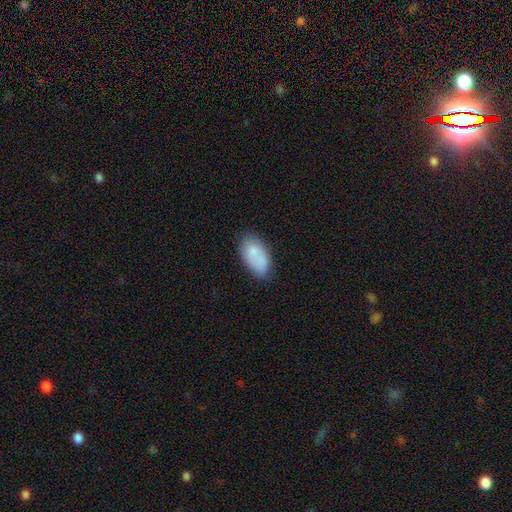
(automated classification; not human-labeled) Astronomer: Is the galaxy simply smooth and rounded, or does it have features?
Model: smooth — 81%.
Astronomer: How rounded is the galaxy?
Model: in between — 94%.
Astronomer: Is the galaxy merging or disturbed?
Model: none — 69%.